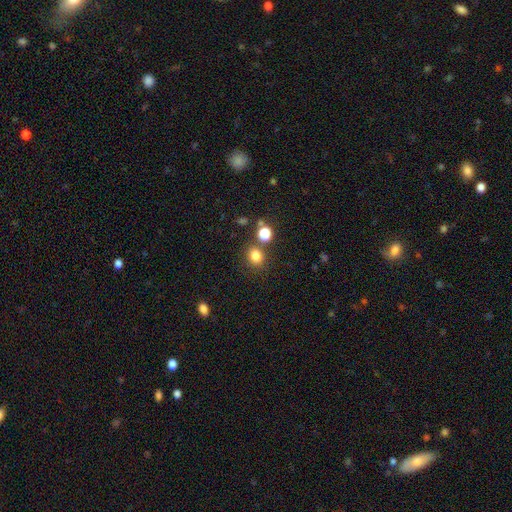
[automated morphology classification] Smooth or featured: smooth — 80% (star or artifact — 14%)
How rounded: round — 72% (in between — 27%)
Merging: none — 75% (merger — 11%)